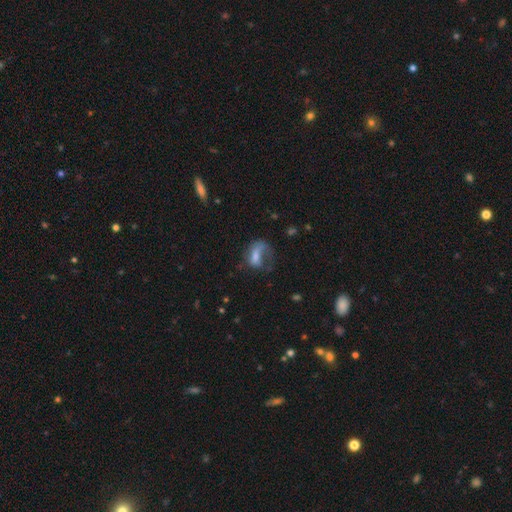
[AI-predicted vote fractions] Smooth or featured? Predicted: smooth (p=0.48). Merging? Predicted: major disturbance (p=0.50).